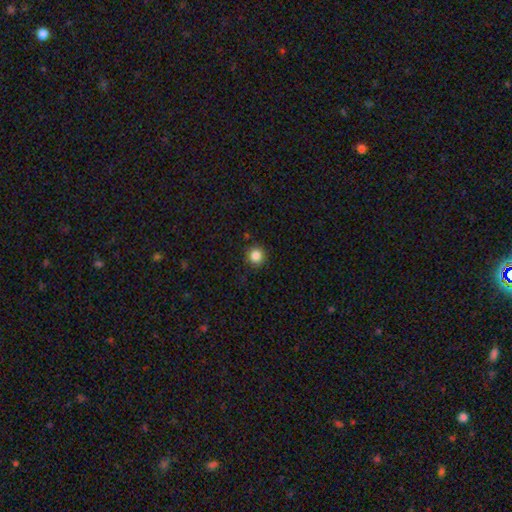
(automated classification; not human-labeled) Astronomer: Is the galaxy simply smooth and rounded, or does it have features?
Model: smooth — 85%.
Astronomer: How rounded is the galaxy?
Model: round — 94%.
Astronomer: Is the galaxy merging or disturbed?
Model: none — 90%.